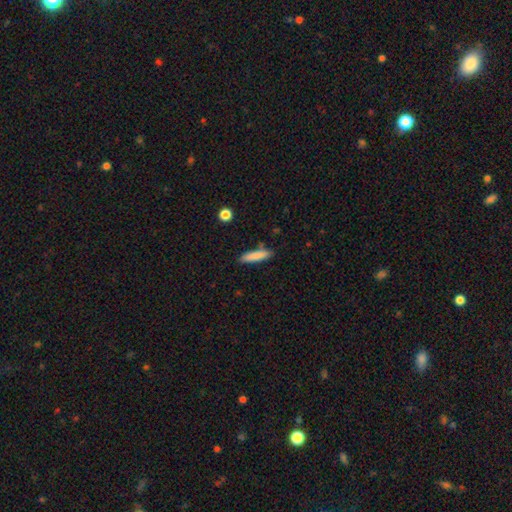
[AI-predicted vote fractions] smooth-or-featured: smooth: 84% | featured or disk: 10% | star or artifact: 7%
  how-rounded: cigar-shaped: 79% | in between: 19% | round: 1%
  merging: none: 83% | minor disturbance: 11% | merger: 3% | major disturbance: 2%